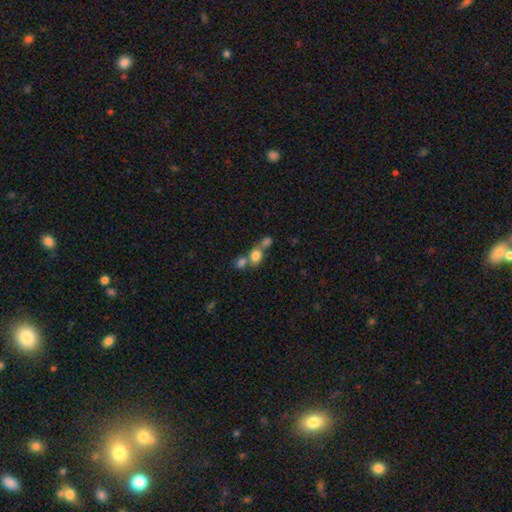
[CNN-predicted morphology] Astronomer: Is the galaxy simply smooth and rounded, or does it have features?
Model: smooth — 77%.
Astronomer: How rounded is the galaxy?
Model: round — 64%.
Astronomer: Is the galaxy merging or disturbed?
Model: merger — 54% (runner-up: none, 34%).